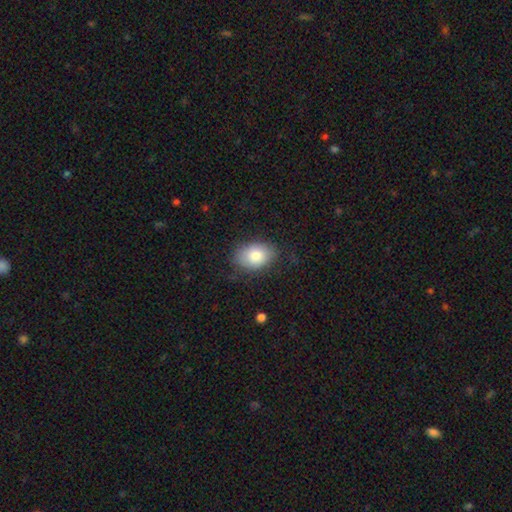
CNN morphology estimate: Q: Smooth or featured?
A: smooth (81%); runner-up: featured or disk (12%)
Q: How rounded?
A: in between (81%); runner-up: round (18%)
Q: Merging?
A: none (78%); runner-up: minor disturbance (17%)